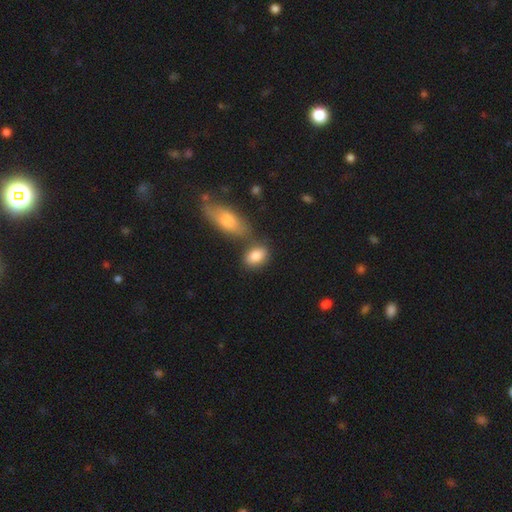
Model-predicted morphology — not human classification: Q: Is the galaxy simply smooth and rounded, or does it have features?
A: smooth — 83%.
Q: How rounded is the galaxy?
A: in between — 83%.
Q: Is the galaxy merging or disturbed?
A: none — 61%.